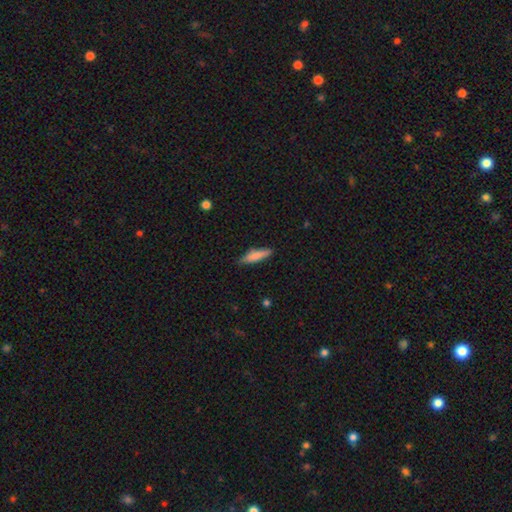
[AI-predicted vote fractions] This is likely a smooth galaxy (78%). How rounded: likely cigar-shaped (77%). Merging: clearly none (82%).